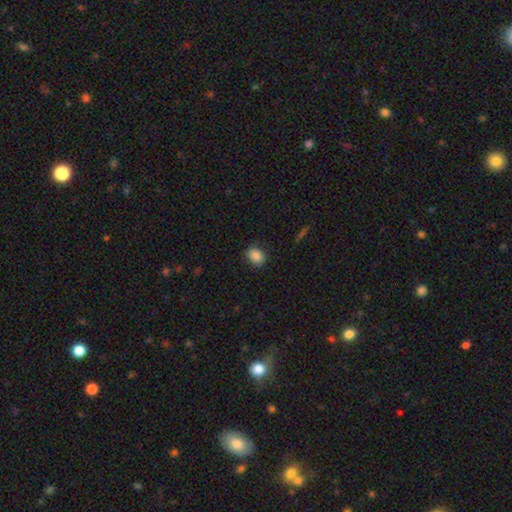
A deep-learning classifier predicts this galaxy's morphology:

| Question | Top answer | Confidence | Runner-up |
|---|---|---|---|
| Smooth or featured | smooth | 87% | star or artifact (9%) |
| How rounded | in between | 59% | round (40%) |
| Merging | none | 84% | minor disturbance (12%) |